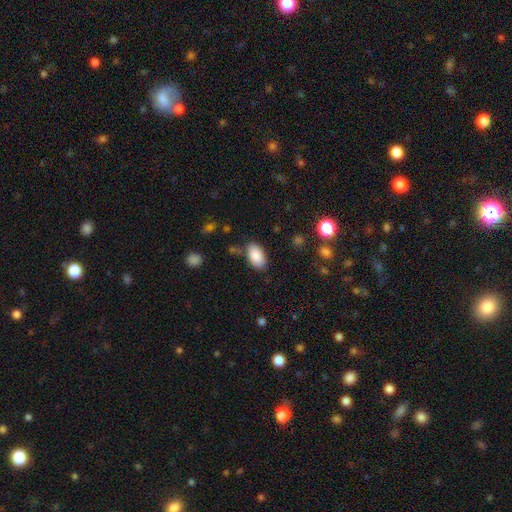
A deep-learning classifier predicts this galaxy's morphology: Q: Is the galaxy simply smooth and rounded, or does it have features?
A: smooth — 87%.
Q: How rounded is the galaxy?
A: in between — 95%.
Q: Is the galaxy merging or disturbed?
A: none — 80%.